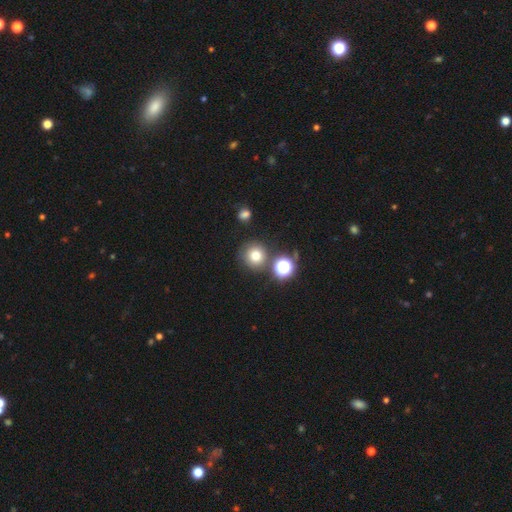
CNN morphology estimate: Smooth or featured? smooth (72%)
How rounded? round (92%)
Merging? none (75%)